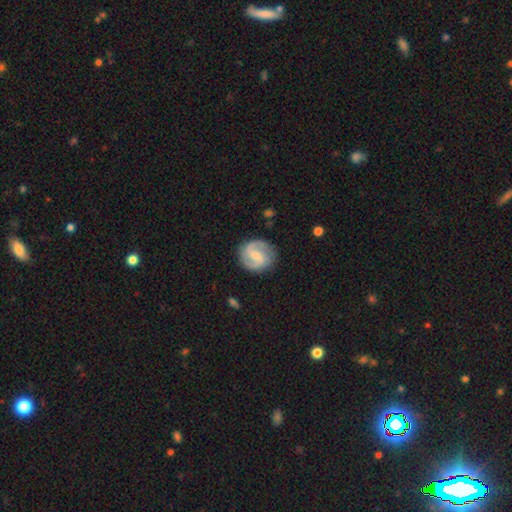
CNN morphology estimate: This appears to be a featured or disk galaxy (83%) with a weak bar (55%), 2 (91%) medium (52%) spiral arms (96%) and a small central bulge (52%). Merging: none (84%).